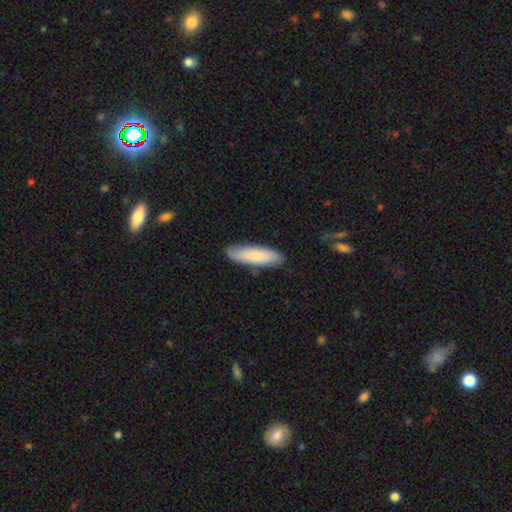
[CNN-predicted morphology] A smooth galaxy with no disk features (78%) that is cigar-shaped (55%).

Vote fractions:
- Smooth or featured? smooth: 78% / featured or disk: 17% / star or artifact: 5%
- How rounded? cigar-shaped: 55% / in between: 44% / round: 2%
- Merging? none: 81% / minor disturbance: 14% / major disturbance: 3% / merger: 2%